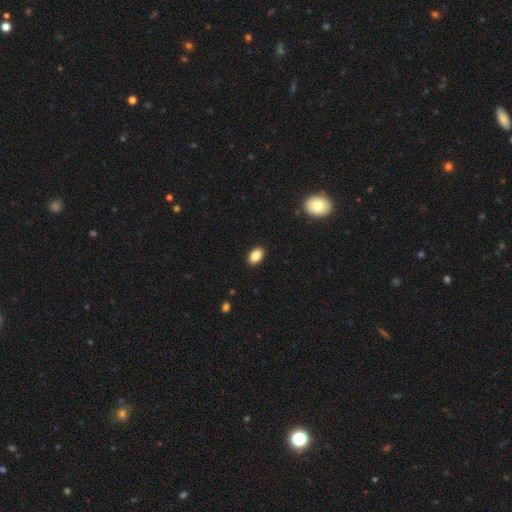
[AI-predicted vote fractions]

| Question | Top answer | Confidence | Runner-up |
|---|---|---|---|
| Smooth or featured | smooth | 86% | star or artifact (8%) |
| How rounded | in between | 90% | round (8%) |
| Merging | none | 90% | minor disturbance (7%) |